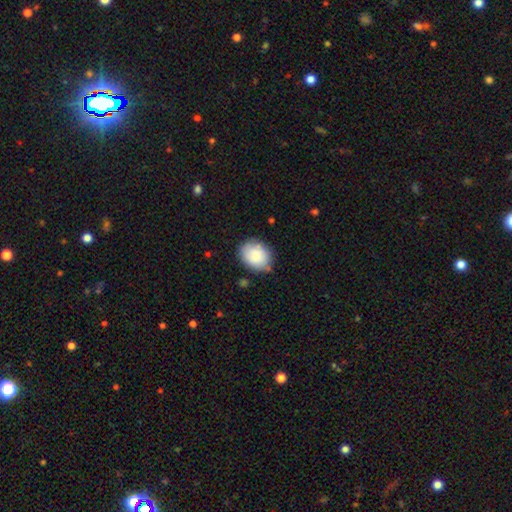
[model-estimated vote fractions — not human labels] smooth_or_featured: smooth (p=0.84) [alt: featured or disk p=0.09]
how_rounded: in between (p=0.56) [alt: round p=0.43]
merging: none (p=0.75) [alt: minor disturbance p=0.17]